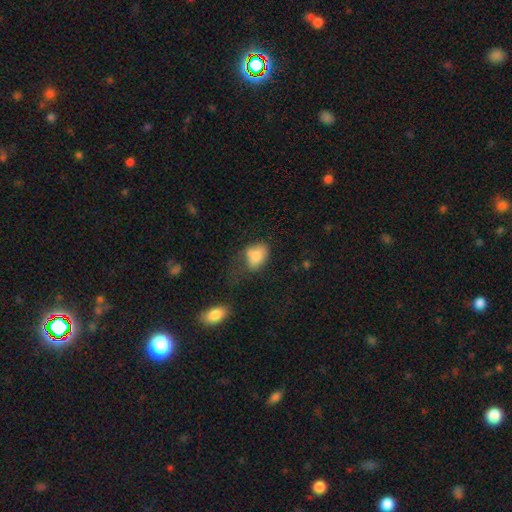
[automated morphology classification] A smooth galaxy with no disk features (81%) that is in between round and cigar-shaped (75%). Merging: none (35%).